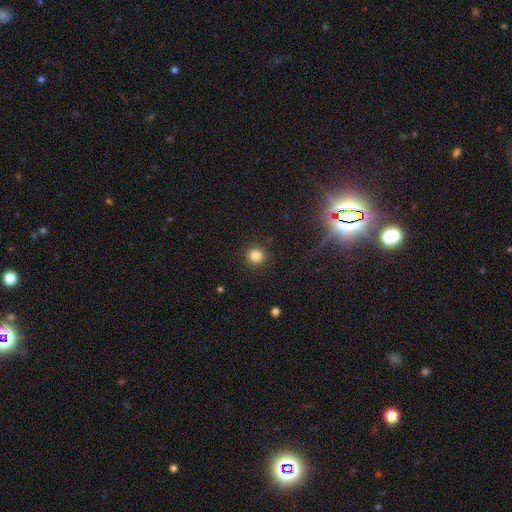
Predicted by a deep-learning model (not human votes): Smooth or featured? Predicted: smooth (p=0.82). How rounded? Predicted: round (p=0.94). Merging? Predicted: none (p=0.92).